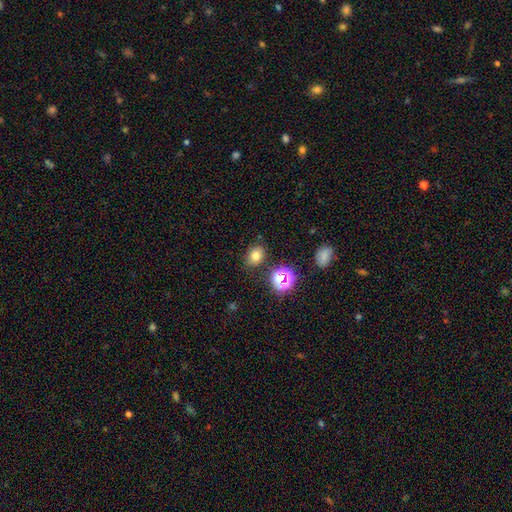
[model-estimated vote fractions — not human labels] This appears to be a smooth galaxy with no disk features (73%) that is in between round and cigar-shaped (61%). Merging: none (81%).